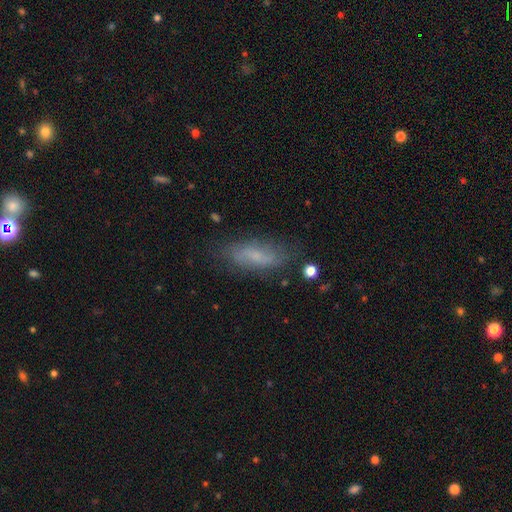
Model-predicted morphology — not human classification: The model was most divided on "smooth or featured": smooth: 52%, featured or disk: 39%, star or artifact: 9%. More confident: merging — none (74%); how rounded — in between (64%).